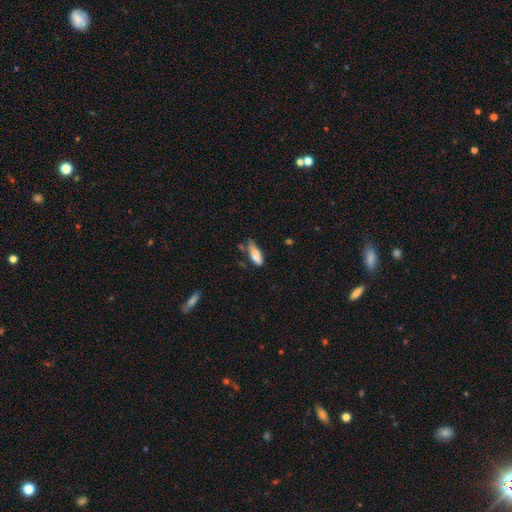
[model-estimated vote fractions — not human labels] Q: Smooth or featured?
A: smooth (81%); runner-up: featured or disk (12%)
Q: How rounded?
A: in between (72%); runner-up: cigar-shaped (26%)
Q: Merging?
A: minor disturbance (40%); tied with: none (40%)